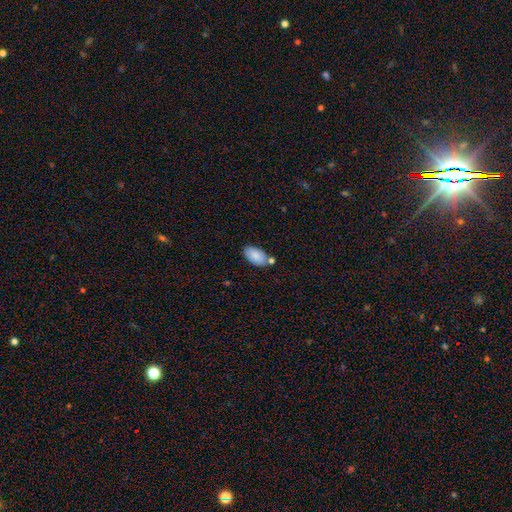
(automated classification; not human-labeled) A smooth galaxy with no disk features (86%) that is in between round and cigar-shaped (95%).

Vote fractions:
- Smooth or featured? smooth: 86% / featured or disk: 8% / star or artifact: 7%
- How rounded? in between: 95% / round: 3% / cigar-shaped: 2%
- Merging? none: 70% / minor disturbance: 15% / merger: 12% / major disturbance: 3%